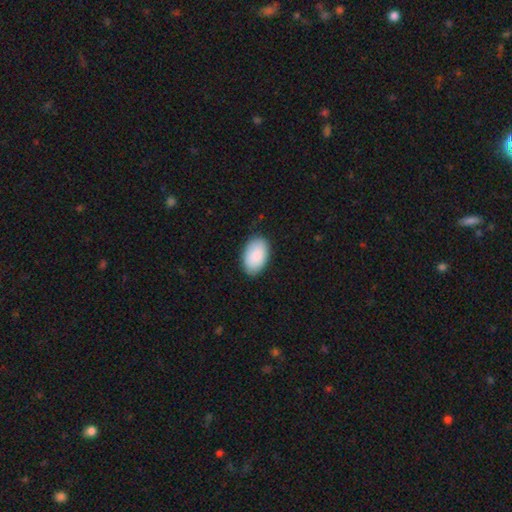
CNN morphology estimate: Q: Smooth or featured?
A: smooth (90%); runner-up: star or artifact (6%)
Q: How rounded?
A: in between (93%); runner-up: round (6%)
Q: Merging?
A: none (86%); runner-up: minor disturbance (11%)